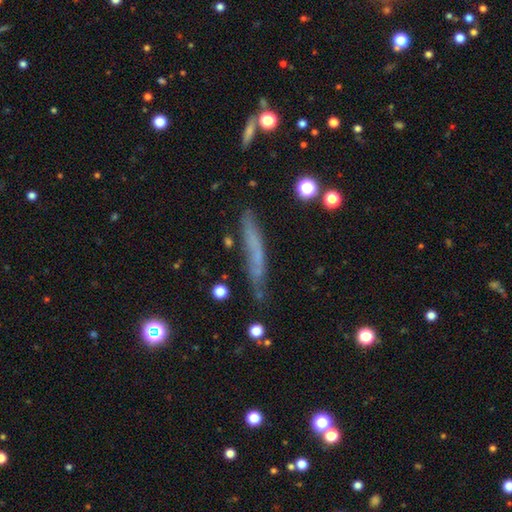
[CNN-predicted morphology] This is possibly a smooth galaxy (50%). How rounded: clearly cigar-shaped (92%). Merging: likely none (72%).